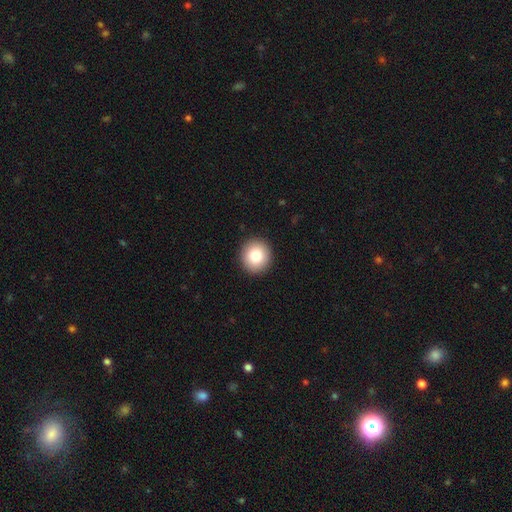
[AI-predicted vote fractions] Morphology: type=smooth (81%); roundness=round (93%); merging=none (93%).